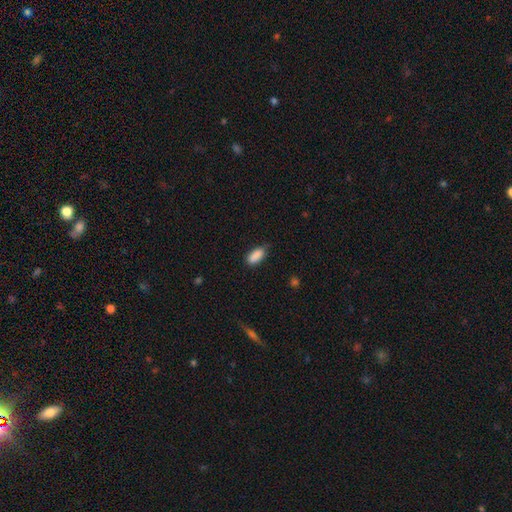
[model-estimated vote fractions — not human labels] smooth_or_featured: smooth (p=0.89) [alt: star or artifact p=0.07]
how_rounded: in between (p=0.85) [alt: cigar-shaped p=0.12]
merging: none (p=0.72) [alt: minor disturbance p=0.22]